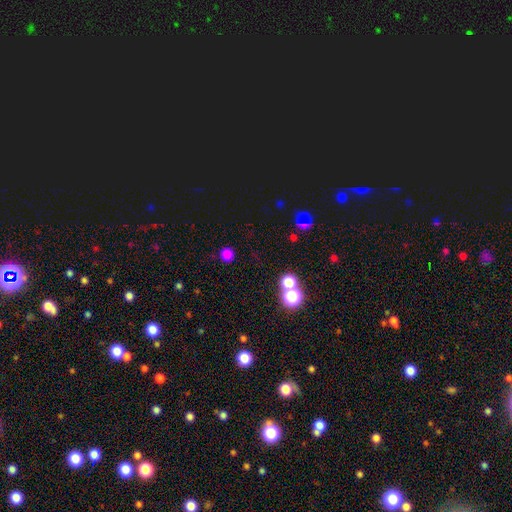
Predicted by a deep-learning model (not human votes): This appears to be a smooth galaxy with no disk features (61%) that is round (90%). Merging: none (80%).